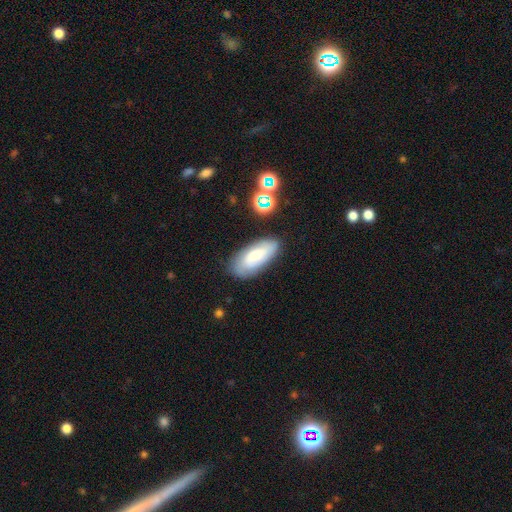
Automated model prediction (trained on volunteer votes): Smooth or featured? smooth (52%)
How rounded? in between (86%)
Merging? none (75%)